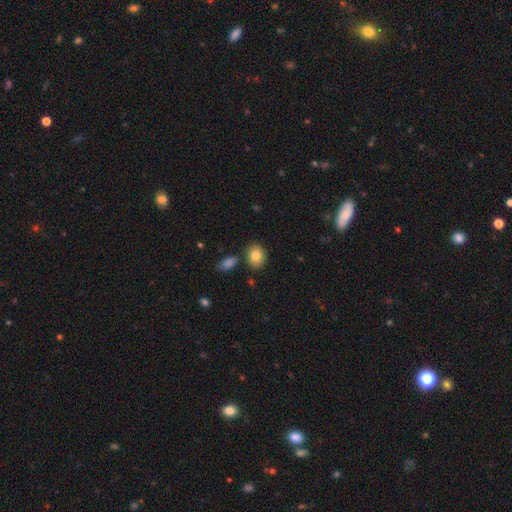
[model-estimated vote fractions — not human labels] Smooth or featured?
  - smooth: 83% *
  - featured or disk: 9%
  - star or artifact: 8%
How rounded?
  - in between: 58% *
  - round: 41%
  - cigar-shaped: 1%
Merging?
  - none: 80% *
  - minor disturbance: 11%
  - merger: 7%
  - major disturbance: 3%